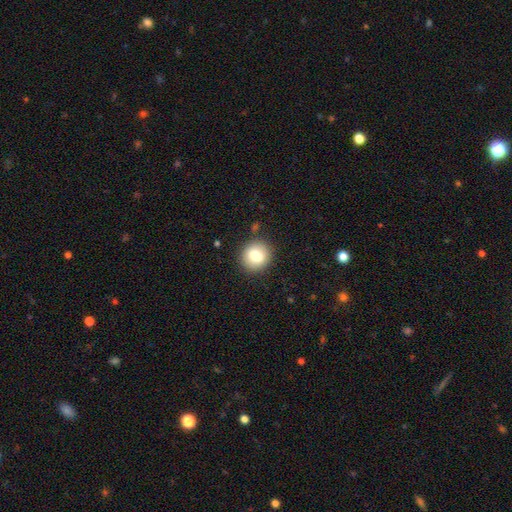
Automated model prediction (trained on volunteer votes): smooth 79%, featured or disk 12%, star or artifact 9%. Down the decision tree: how rounded — round (87%); merging — none (88%).